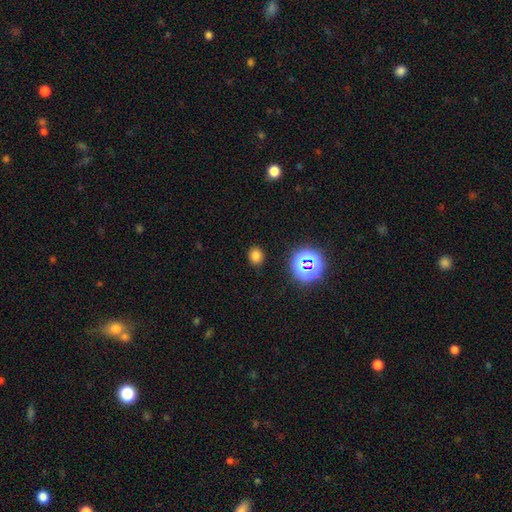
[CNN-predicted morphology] Smooth or featured? smooth (74%)
How rounded? round (61%)
Merging? none (86%)